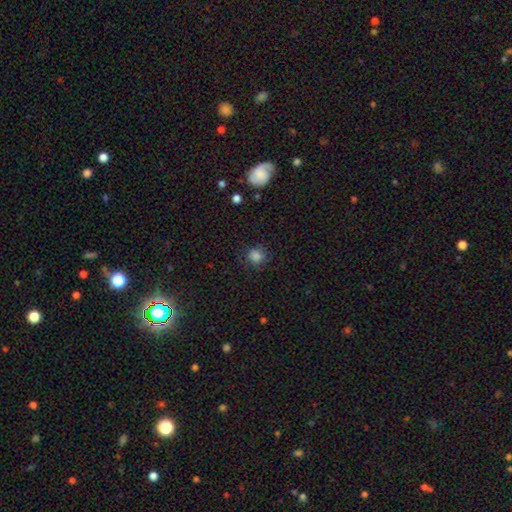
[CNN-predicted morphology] smooth 81%, star or artifact 12%, featured or disk 6%. Down the decision tree: how rounded — round (79%); merging — none (75%).